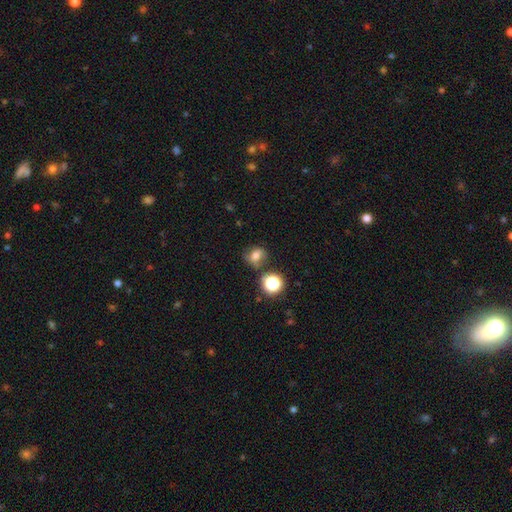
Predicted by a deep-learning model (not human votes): The model was most divided on "how rounded": round: 56%, in between: 43%, cigar-shaped: 1%. More confident: smooth or featured — smooth (63%); merging — none (62%).